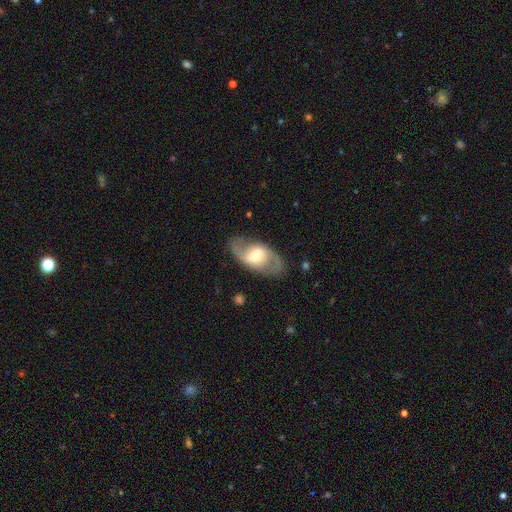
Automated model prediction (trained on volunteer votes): Smooth or featured: featured or disk — 80% (smooth — 15%)
Edge-on disk: no — 94% (yes — 6%)
Bar: weak — 43% (no — 36%)
Spiral arms: yes — 89% (no — 11%)
Spiral winding: medium — 47% (loose — 38%)
Spiral arm count: 2 — 90% (can't tell — 5%)
Bulge size: moderate — 51% (small — 36%)
Merging: none — 83% (minor disturbance — 11%)